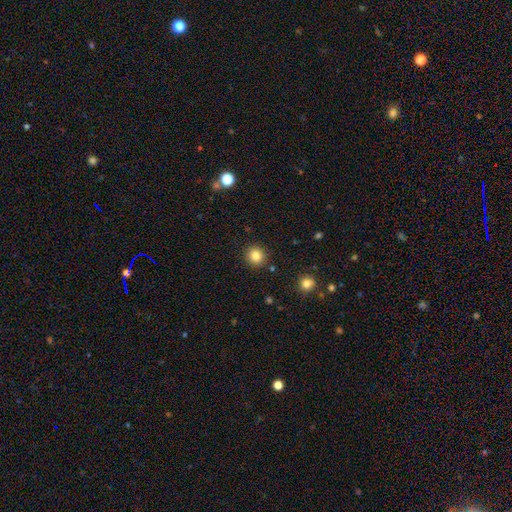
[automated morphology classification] The model was most divided on "smooth or featured": smooth: 84%, star or artifact: 11%, featured or disk: 5%. More confident: merging — none (90%); how rounded — round (89%).